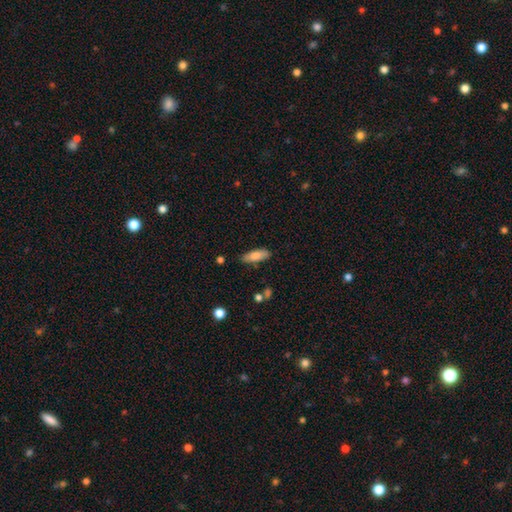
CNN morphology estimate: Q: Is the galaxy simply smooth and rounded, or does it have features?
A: smooth — 79%.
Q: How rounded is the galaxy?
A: in between — 65%.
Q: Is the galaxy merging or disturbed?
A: none — 84%.